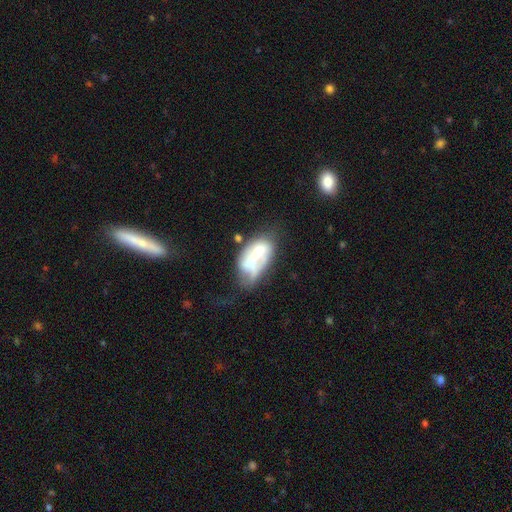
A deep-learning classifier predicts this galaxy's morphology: This is possibly a smooth galaxy (46%). Merging: marginally major disturbance (34%).